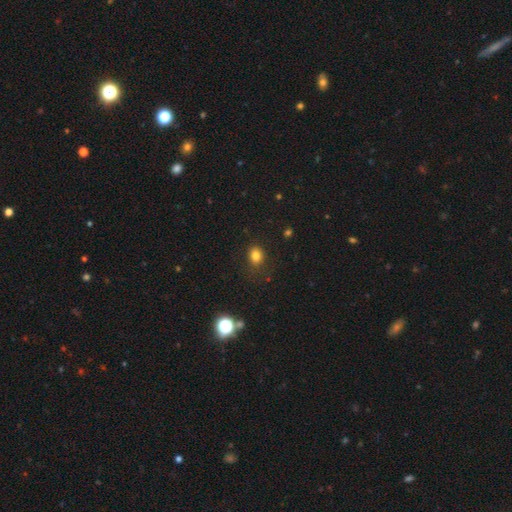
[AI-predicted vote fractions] Overall: smooth (80%). How rounded: in between (50%; round 49%). Merging: none (80%).